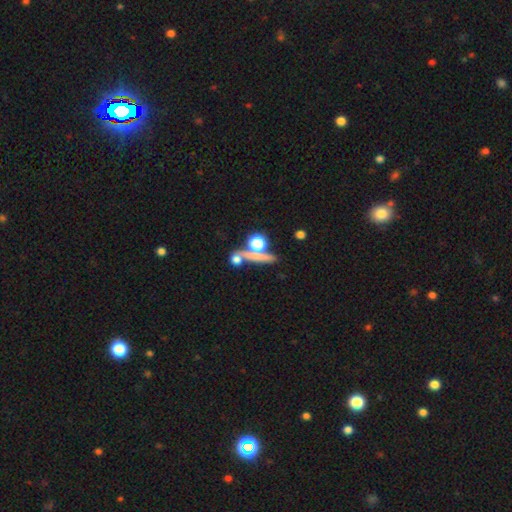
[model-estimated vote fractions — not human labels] This appears to be a smooth galaxy with no disk features (58%) that is cigar-shaped (43%). Merging: none (58%).